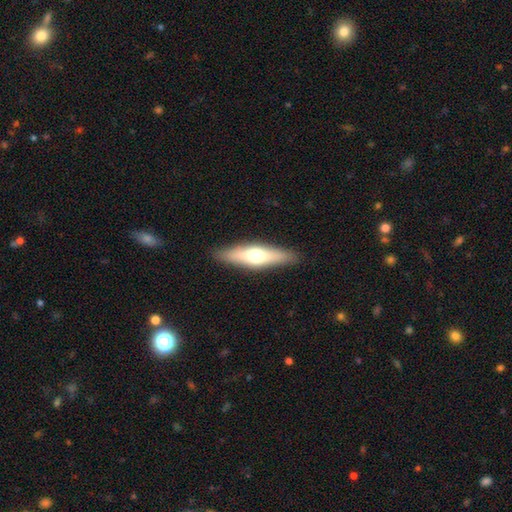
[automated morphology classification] A smooth galaxy with no disk features (50%).

Vote fractions:
- Smooth or featured? smooth: 50% / featured or disk: 45% / star or artifact: 6%
- Merging? none: 89% / minor disturbance: 8% / major disturbance: 2% / merger: 1%